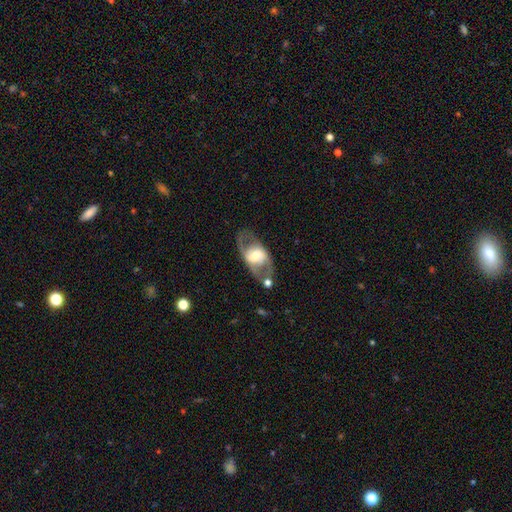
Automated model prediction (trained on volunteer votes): Smooth or featured? featured or disk (67%)
Edge-on disk? no (88%)
Bar? no (39%)
Spiral arms? yes (53%)
Bulge size? moderate (40%)
Merging? none (65%)